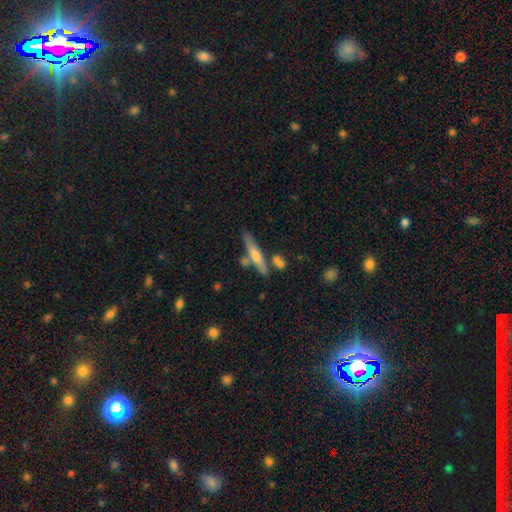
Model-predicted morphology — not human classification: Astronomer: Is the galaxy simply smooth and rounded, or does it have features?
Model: featured or disk — 51% (runner-up: smooth, 43%).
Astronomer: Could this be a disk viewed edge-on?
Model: yes — 93%.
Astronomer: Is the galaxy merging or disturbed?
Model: none — 68%.